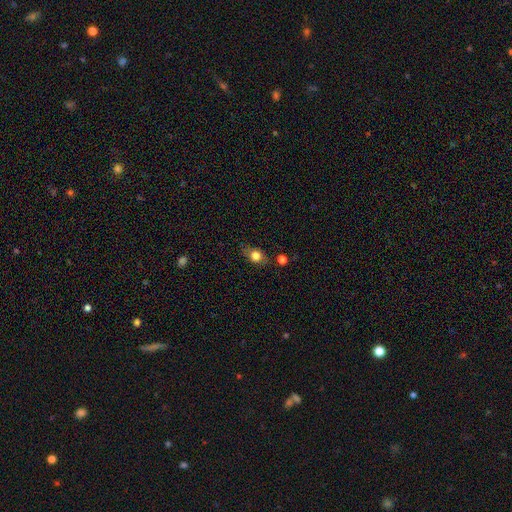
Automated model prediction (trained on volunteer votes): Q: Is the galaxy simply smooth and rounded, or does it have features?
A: smooth — 75%.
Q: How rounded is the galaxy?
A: in between — 55%.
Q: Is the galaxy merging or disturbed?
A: none — 69%.